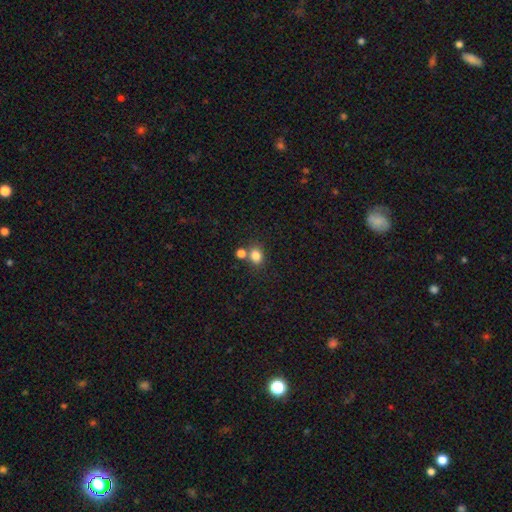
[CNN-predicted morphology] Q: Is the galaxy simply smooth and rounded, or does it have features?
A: smooth — 82%.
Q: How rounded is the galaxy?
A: round — 62%.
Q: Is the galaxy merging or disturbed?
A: none — 61%.